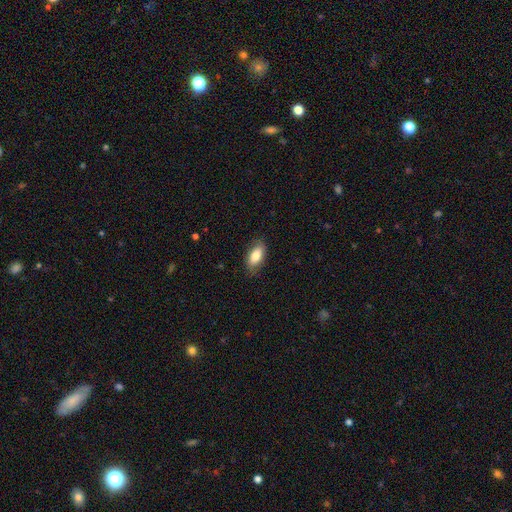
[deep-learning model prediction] smooth 81%, featured or disk 13%, star or artifact 6%. Down the decision tree: how rounded — in between (91%); merging — none (81%).